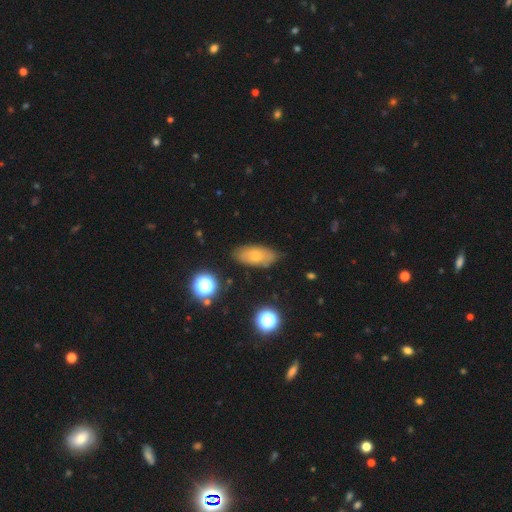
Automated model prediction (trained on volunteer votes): This is likely a smooth galaxy (66%). How rounded: clearly in between (86%). Merging: likely none (80%).